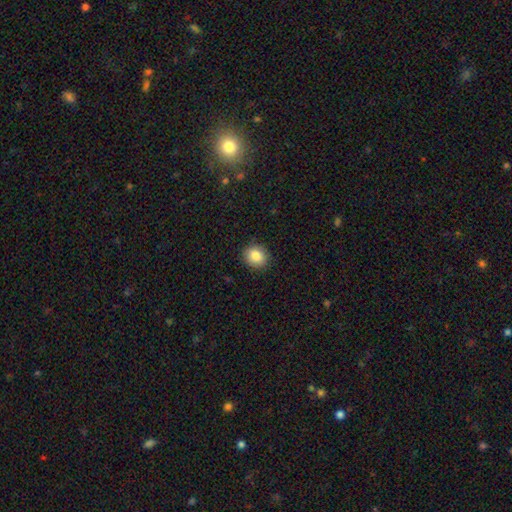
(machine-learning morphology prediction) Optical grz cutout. It shows a smooth galaxy with no disk features (85%) that is round (72%). Merging: none (89%).